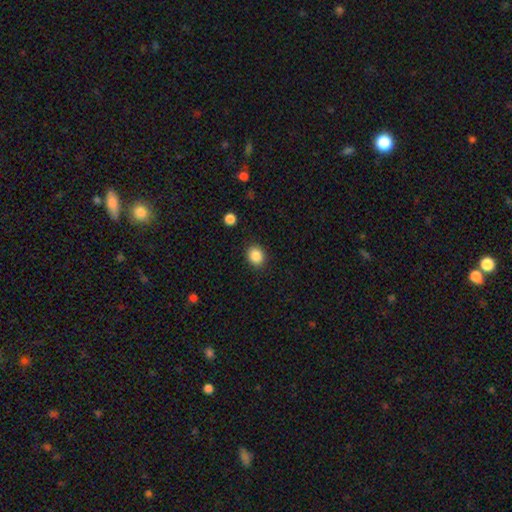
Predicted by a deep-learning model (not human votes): A smooth galaxy with no disk features (87%) that is round (67%). Merging: none (88%).